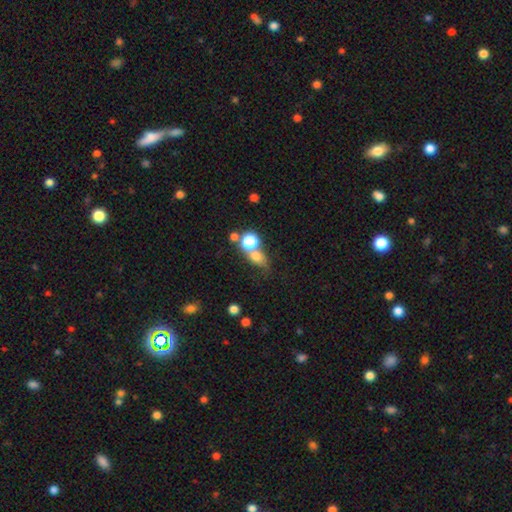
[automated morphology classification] This appears to be a smooth galaxy with no disk features (69%) that is round (53%). Merging: merger (46%).